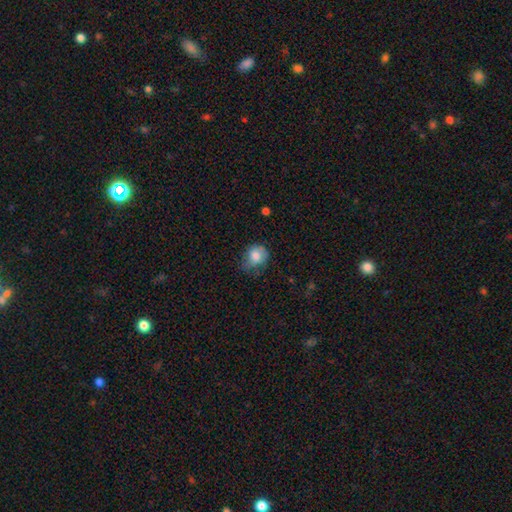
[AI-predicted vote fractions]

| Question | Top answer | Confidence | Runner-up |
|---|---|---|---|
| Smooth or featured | smooth | 78% | featured or disk (14%) |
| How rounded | round | 60% | in between (39%) |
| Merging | none | 44% | minor disturbance (38%) |